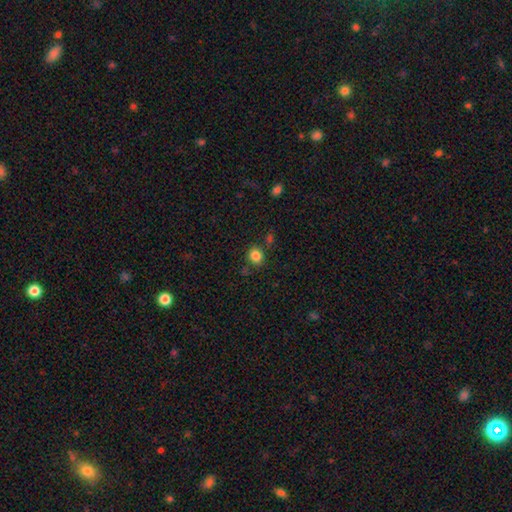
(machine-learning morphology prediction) Smooth or featured: smooth — 84% (star or artifact — 11%)
How rounded: round — 67% (in between — 32%)
Merging: none — 78% (minor disturbance — 11%)